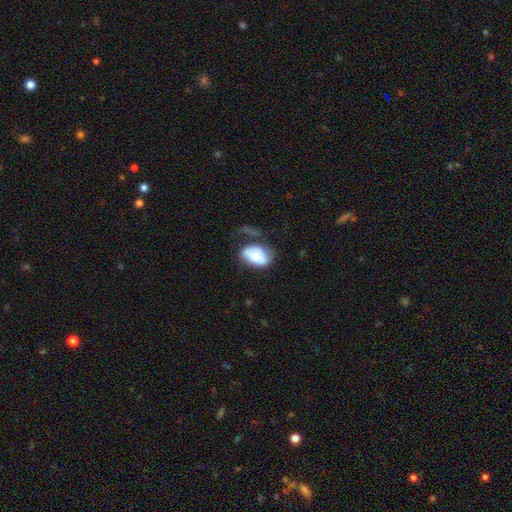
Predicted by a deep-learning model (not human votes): Morphology: type=smooth (63%); roundness=in between (87%); merging=none (36%).